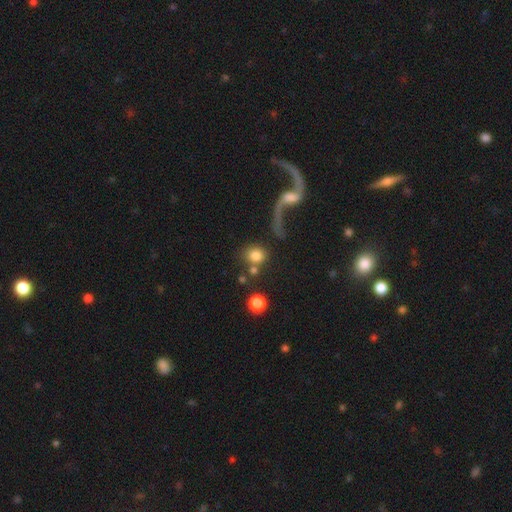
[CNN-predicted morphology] A smooth galaxy with no disk features (77%) that is round (78%).

Vote fractions:
- Smooth or featured? smooth: 77% / featured or disk: 13% / star or artifact: 10%
- How rounded? round: 78% / in between: 20% / cigar-shaped: 2%
- Merging? none: 58% / merger: 20% / major disturbance: 11% / minor disturbance: 11%